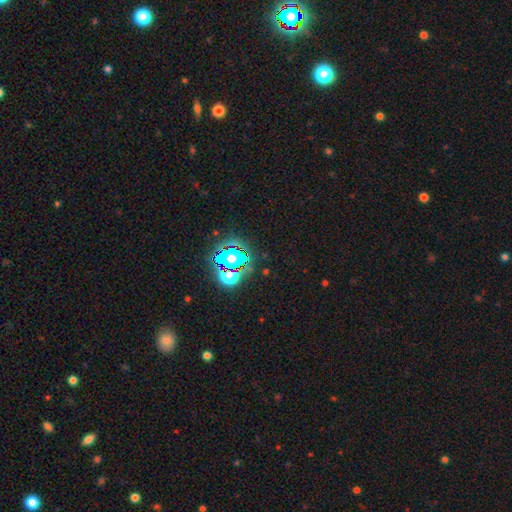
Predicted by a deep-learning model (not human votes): A star or artifact, not a galaxy (80%).

Vote fractions:
- Smooth or featured? star or artifact: 80% / smooth: 13% / featured or disk: 8%